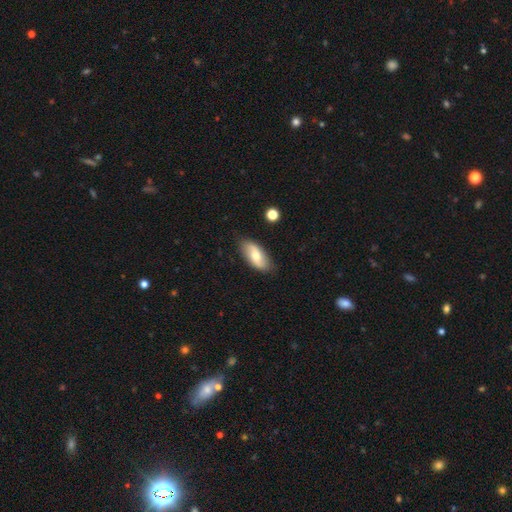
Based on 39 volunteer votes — A featured or disk galaxy (56%) with no bar (64%), 2 (94%) loose (82%) spiral arms (77%) and a moderate central bulge (59%).

Vote fractions:
- Smooth or featured? featured or disk: 56% / smooth: 36% / star or artifact: 8%
- Edge-on disk? no: 100% / yes: 0%
- Bar? no: 64% / weak: 23% / strong: 14%
- Spiral arms? yes: 77% / no: 23%
- Spiral winding? loose: 82% / medium: 18% / tight: 0%
- Spiral arm count? 2: 94% / 1: 6% / 3: 0% / 4: 0% / more than 4: 0% / can't tell: 0%
- Bulge size? moderate: 59% / small: 27% / dominant: 9% / none: 5% / large: 0%
- Merging? none: 89% / minor disturbance: 11% / major disturbance: 0% / merger: 0%